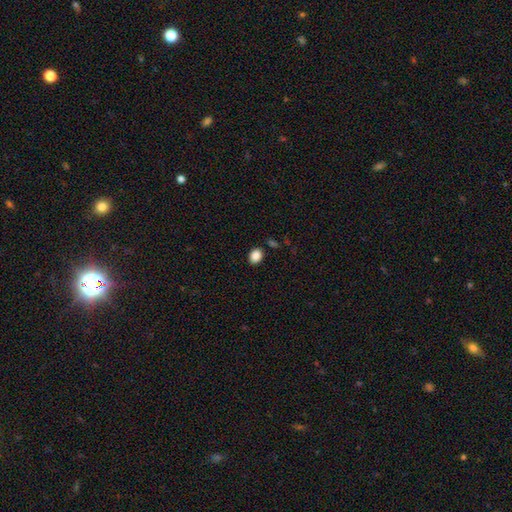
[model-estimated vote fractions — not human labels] smooth-or-featured: smooth: 88% | star or artifact: 9% | featured or disk: 3%
  how-rounded: in between: 64% | round: 35% | cigar-shaped: 1%
  merging: none: 86% | minor disturbance: 8% | merger: 3% | major disturbance: 2%